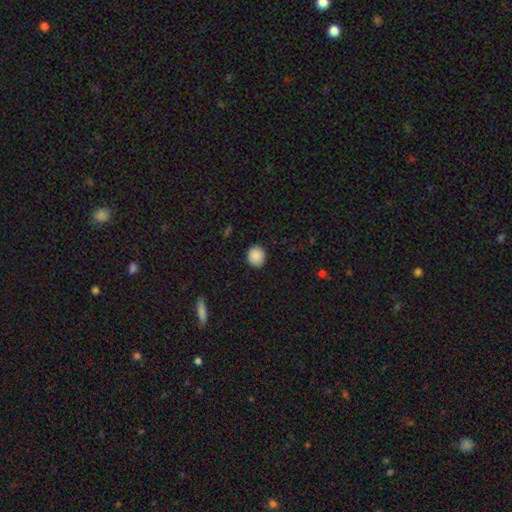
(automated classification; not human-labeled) smooth-or-featured: smooth: 89% | star or artifact: 8% | featured or disk: 3%
  how-rounded: round: 84% | in between: 15% | cigar-shaped: 1%
  merging: none: 90% | minor disturbance: 7% | major disturbance: 2% | merger: 1%